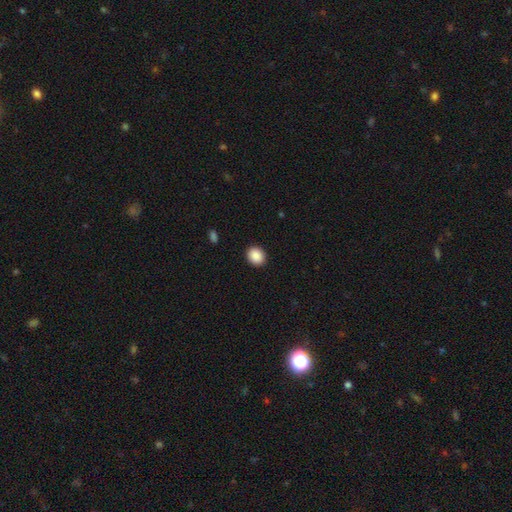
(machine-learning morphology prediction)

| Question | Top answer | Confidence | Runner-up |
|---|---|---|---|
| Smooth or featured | smooth | 89% | star or artifact (8%) |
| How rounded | round | 65% | in between (34%) |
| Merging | none | 92% | minor disturbance (5%) |